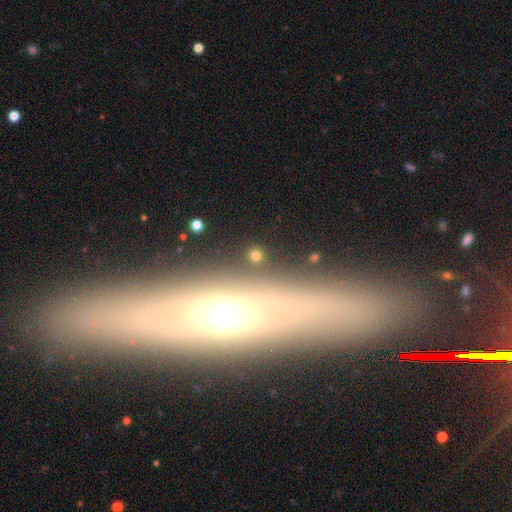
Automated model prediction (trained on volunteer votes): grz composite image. It shows a smooth galaxy with no disk features (66%) that is round (85%). Merging: none (85%).